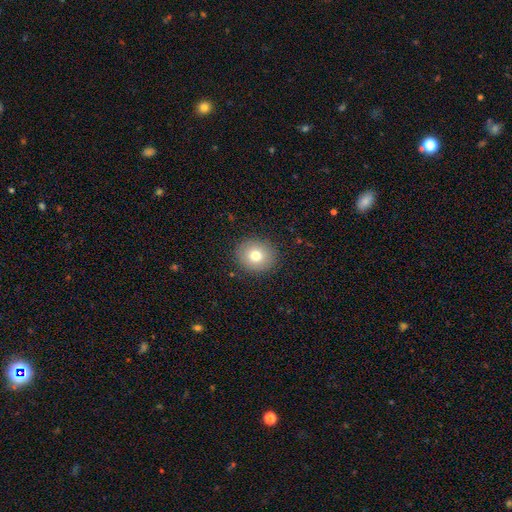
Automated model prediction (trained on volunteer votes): The model was most divided on "smooth or featured": smooth: 75%, featured or disk: 14%, star or artifact: 11%. More confident: merging — none (89%); how rounded — round (82%).